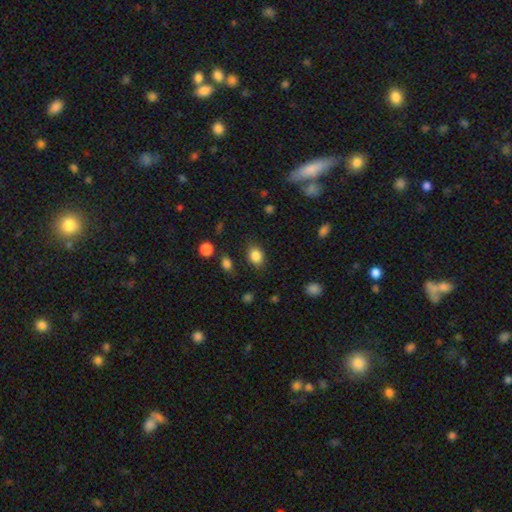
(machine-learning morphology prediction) Smooth or featured: smooth — 85% (star or artifact — 10%)
How rounded: in between — 55% (round — 44%)
Merging: none — 79% (minor disturbance — 14%)